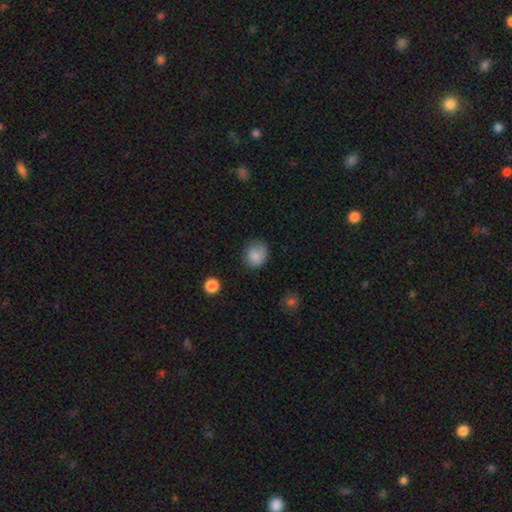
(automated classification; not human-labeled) smooth 86%, star or artifact 9%, featured or disk 5%. Down the decision tree: how rounded — round (77%); merging — none (77%).